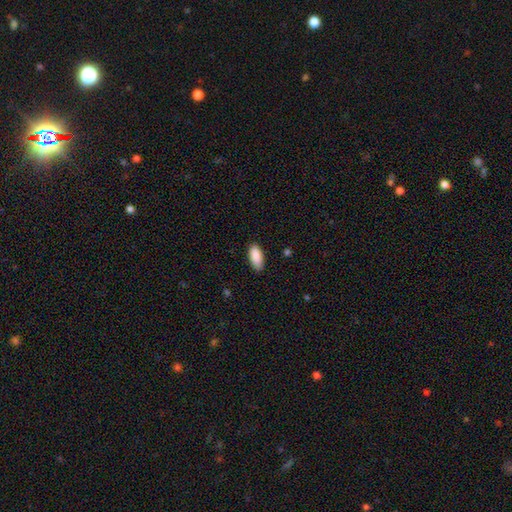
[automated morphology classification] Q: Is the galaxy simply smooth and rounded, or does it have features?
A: smooth — 90%.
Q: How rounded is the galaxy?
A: in between — 88%.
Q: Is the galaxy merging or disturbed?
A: none — 84%.